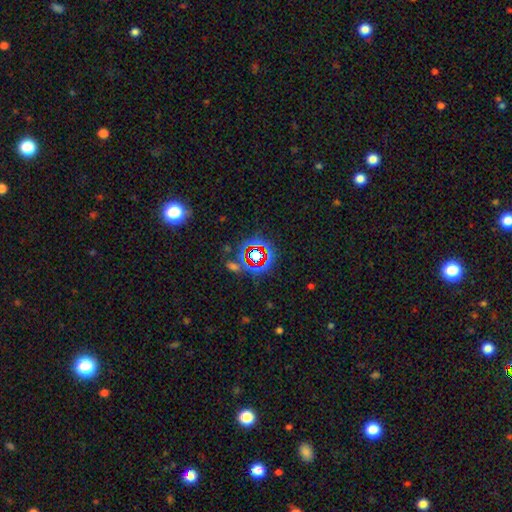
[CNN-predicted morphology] Smooth or featured?
  - star or artifact: 67% *
  - smooth: 21%
  - featured or disk: 11%